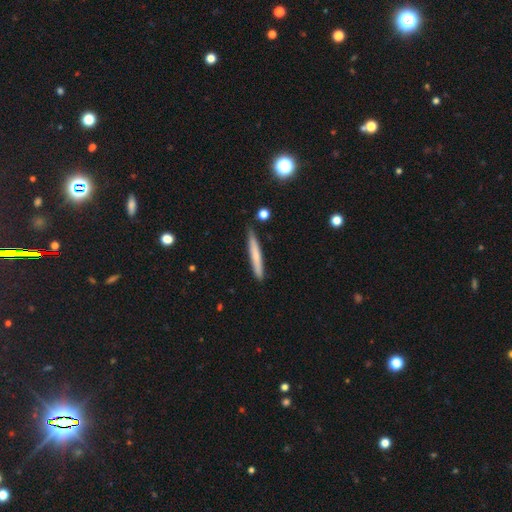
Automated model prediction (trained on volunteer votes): A smooth galaxy with no disk features (65%) that is cigar-shaped (96%).

Vote fractions:
- Smooth or featured? smooth: 65% / featured or disk: 29% / star or artifact: 6%
- How rounded? cigar-shaped: 96% / in between: 3% / round: 1%
- Merging? none: 85% / minor disturbance: 11% / merger: 2% / major disturbance: 2%